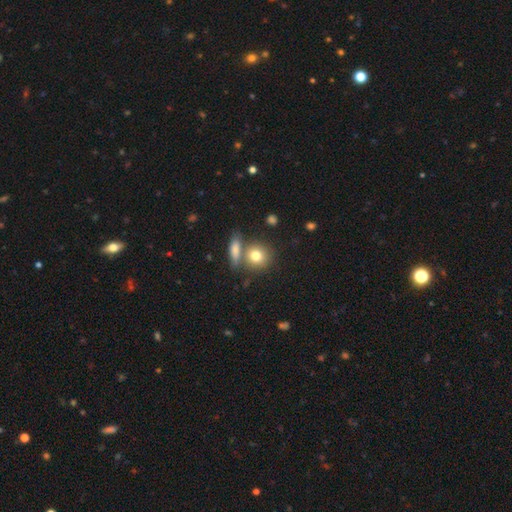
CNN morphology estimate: type=smooth (79%); roundness=round (78%); merging=none (59%).